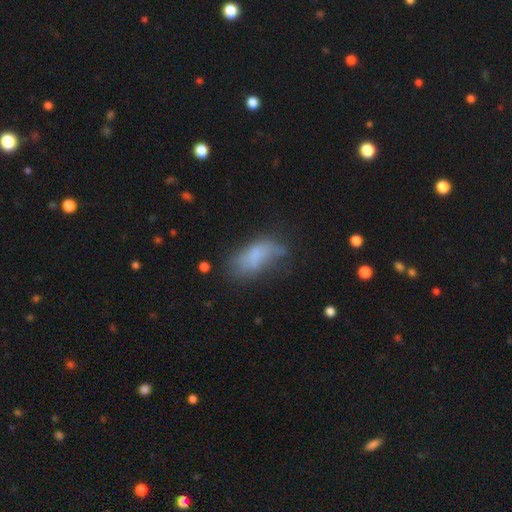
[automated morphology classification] type=smooth (64%); roundness=in between (85%); merging=none (36%).